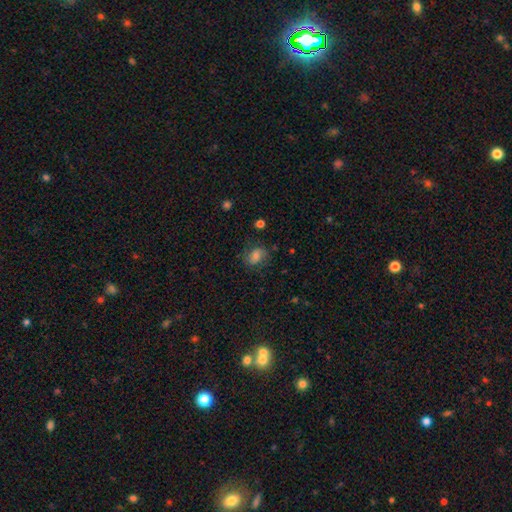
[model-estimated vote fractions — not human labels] Morphology: type=smooth (58%); roundness=in between (61%); merging=none (71%).